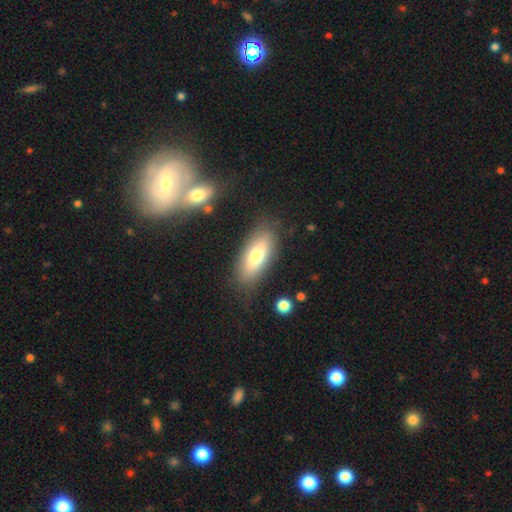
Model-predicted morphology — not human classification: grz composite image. It shows a smooth galaxy with no disk features (70%) that is in between round and cigar-shaped (75%). Merging: none (81%).